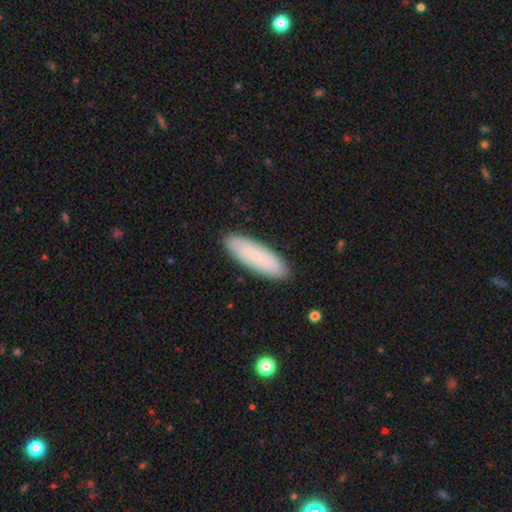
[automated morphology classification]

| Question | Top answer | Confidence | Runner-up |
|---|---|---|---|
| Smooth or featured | smooth | 71% | featured or disk (22%) |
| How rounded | in between | 53% | cigar-shaped (45%) |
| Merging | none | 89% | minor disturbance (9%) |